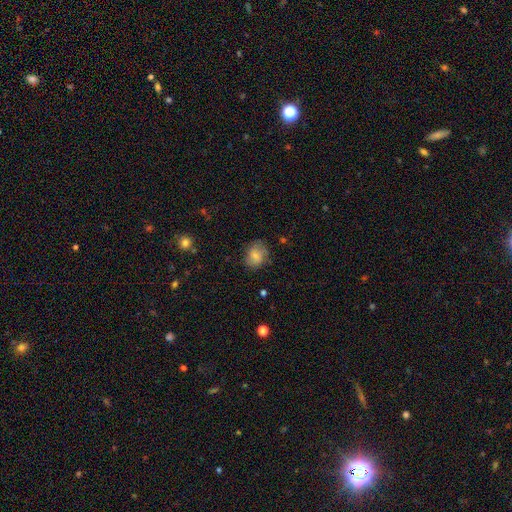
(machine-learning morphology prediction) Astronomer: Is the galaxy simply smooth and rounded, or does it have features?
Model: smooth — 75%.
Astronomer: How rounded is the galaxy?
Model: round — 51% (runner-up: in between, 48%).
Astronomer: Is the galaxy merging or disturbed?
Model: none — 70%.